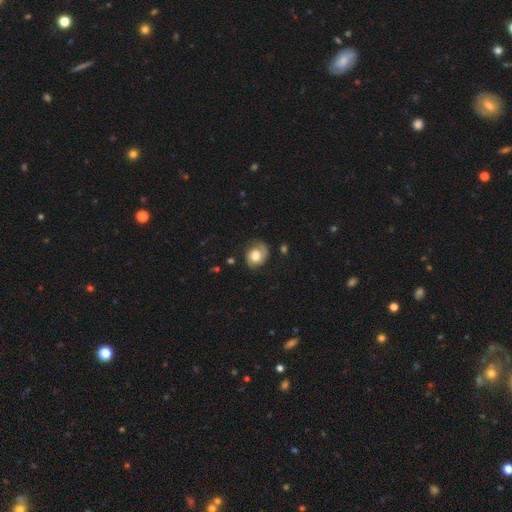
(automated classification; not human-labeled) smooth 57%, featured or disk 35%, star or artifact 8%. Down the decision tree: how rounded — round (55%); merging — none (64%).